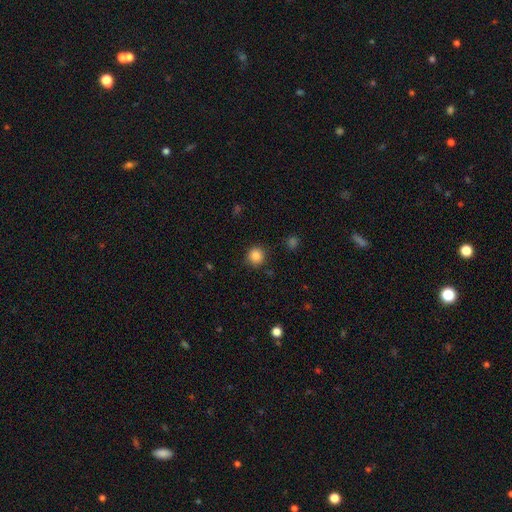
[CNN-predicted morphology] A smooth galaxy with no disk features (85%) that is round (92%).

Vote fractions:
- Smooth or featured? smooth: 85% / star or artifact: 11% / featured or disk: 4%
- How rounded? round: 92% / in between: 7% / cigar-shaped: 1%
- Merging? none: 87% / minor disturbance: 8% / major disturbance: 3% / merger: 2%